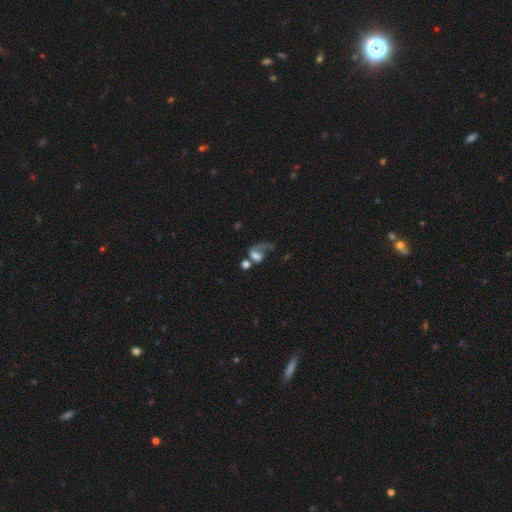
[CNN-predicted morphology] This appears to be a featured or disk galaxy (49%). Merging: major disturbance (41%).